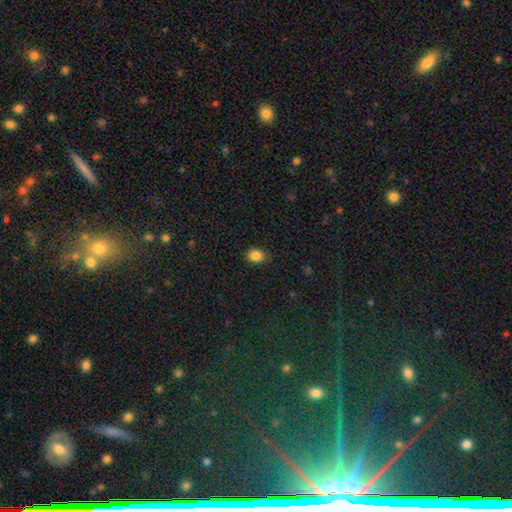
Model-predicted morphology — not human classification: A smooth galaxy with no disk features (85%) that is in between round and cigar-shaped (54%). Merging: none (83%).